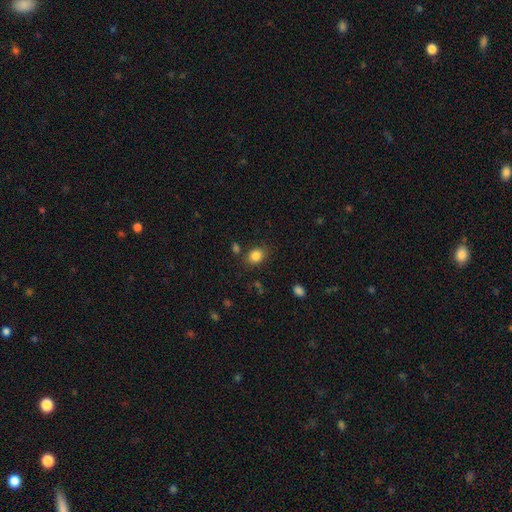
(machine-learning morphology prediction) smooth 84%, star or artifact 10%, featured or disk 5%. Down the decision tree: how rounded — in between (54%); merging — none (78%).